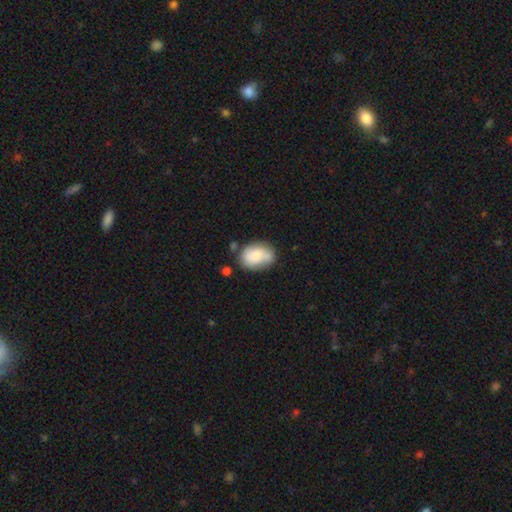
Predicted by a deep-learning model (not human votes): Smooth or featured?
  - smooth: 78% *
  - featured or disk: 15%
  - star or artifact: 7%
How rounded?
  - in between: 77% *
  - round: 22%
  - cigar-shaped: 1%
Merging?
  - none: 53% *
  - minor disturbance: 26%
  - merger: 13%
  - major disturbance: 8%